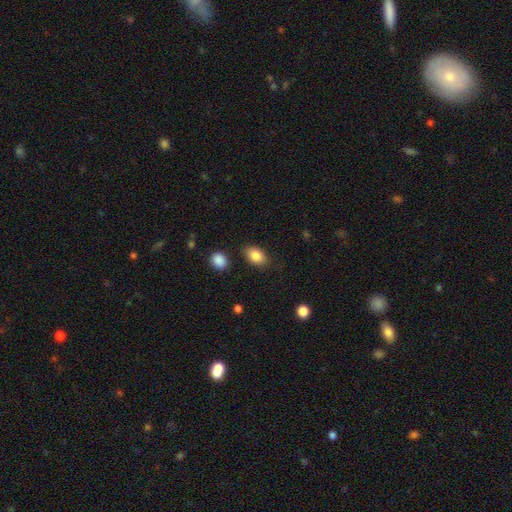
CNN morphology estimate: smooth 85%, star or artifact 8%, featured or disk 7%. Down the decision tree: how rounded — in between (82%); merging — none (82%).